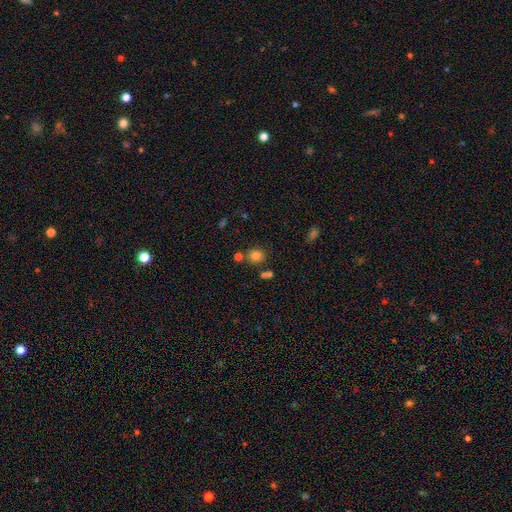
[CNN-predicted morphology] A smooth galaxy with no disk features (80%) that is round (81%). Merging: none (73%).